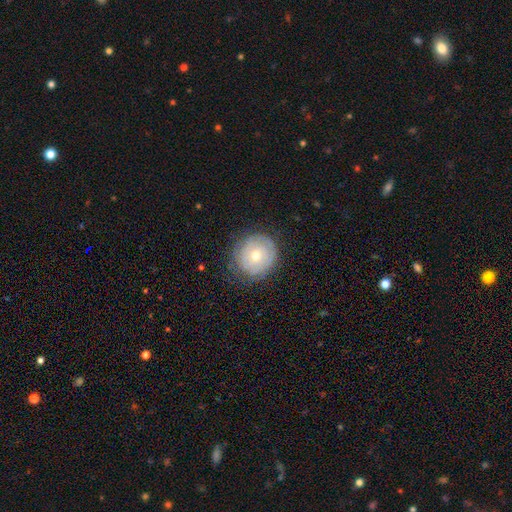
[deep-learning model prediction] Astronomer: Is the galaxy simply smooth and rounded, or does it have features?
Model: smooth — 47% (runner-up: featured or disk, 45%).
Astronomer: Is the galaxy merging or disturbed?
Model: none — 76%.